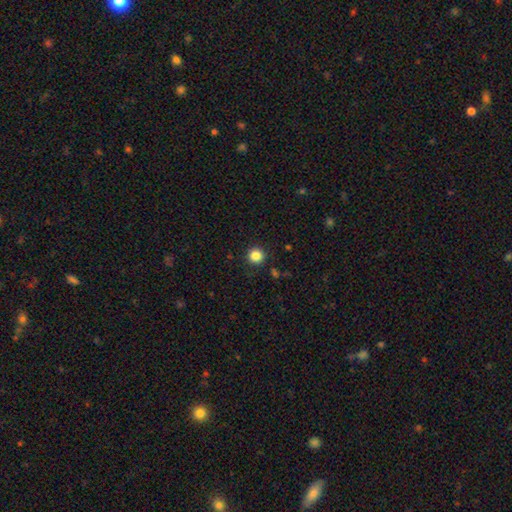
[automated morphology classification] This appears to be a smooth galaxy with no disk features (84%) that is round (95%). Merging: none (91%).